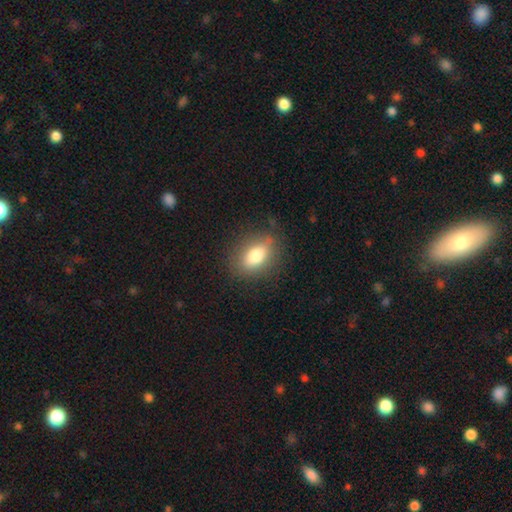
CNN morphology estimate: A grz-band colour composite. It shows a smooth galaxy with no disk features (74%) that is in between round and cigar-shaped (77%). Merging: none (81%).